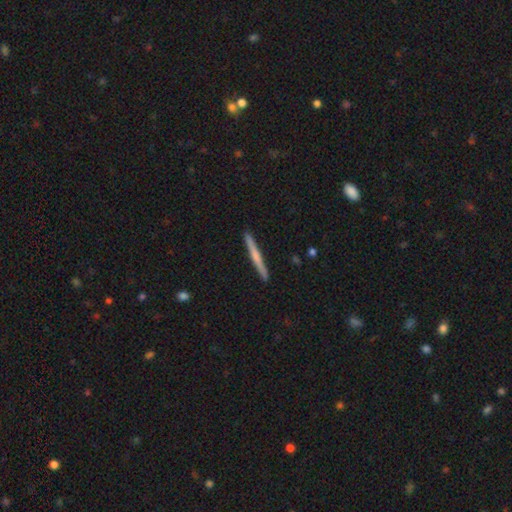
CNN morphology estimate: type=smooth (48%); merging=none (92%).